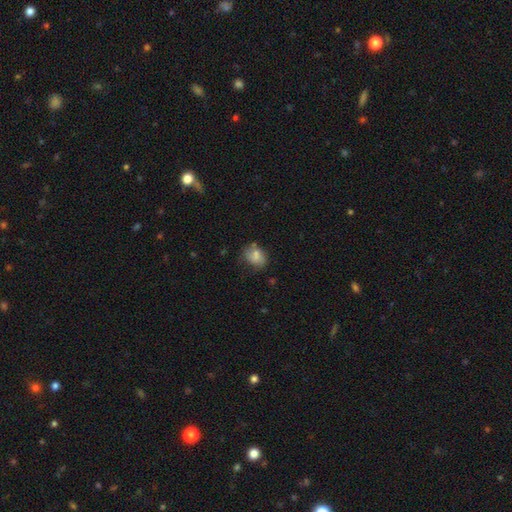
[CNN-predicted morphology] This is likely a smooth galaxy (72%). How rounded: possibly in between (56%). Merging: possibly none (54%).